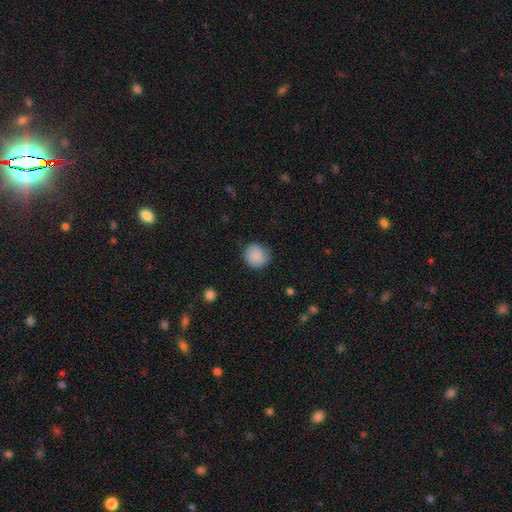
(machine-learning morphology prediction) Smooth or featured?
  - smooth: 87% *
  - star or artifact: 7%
  - featured or disk: 6%
How rounded?
  - round: 88% *
  - in between: 11%
  - cigar-shaped: 1%
Merging?
  - none: 84% *
  - minor disturbance: 12%
  - major disturbance: 3%
  - merger: 1%